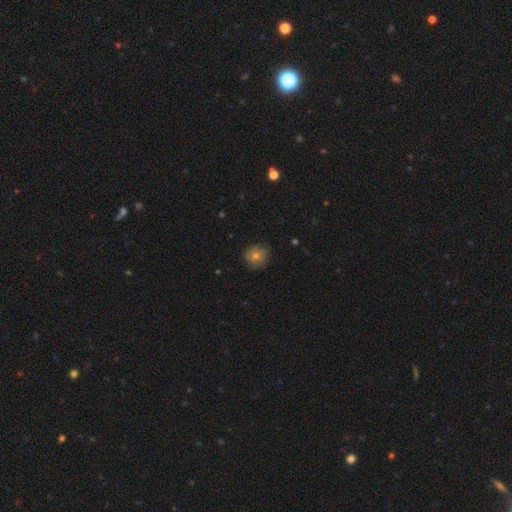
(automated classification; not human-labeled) This is likely a smooth galaxy (70%). How rounded: clearly round (91%). Merging: clearly none (85%).